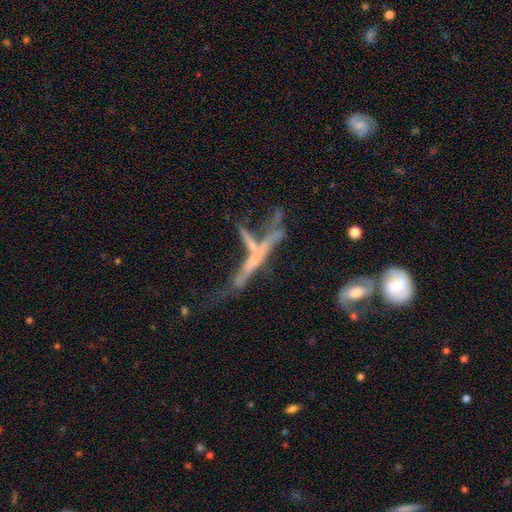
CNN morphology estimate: Smooth or featured: featured or disk — 62% (smooth — 23%)
Edge-on disk: yes — 64% (no — 36%)
Merging: merger — 37% (none — 25%)